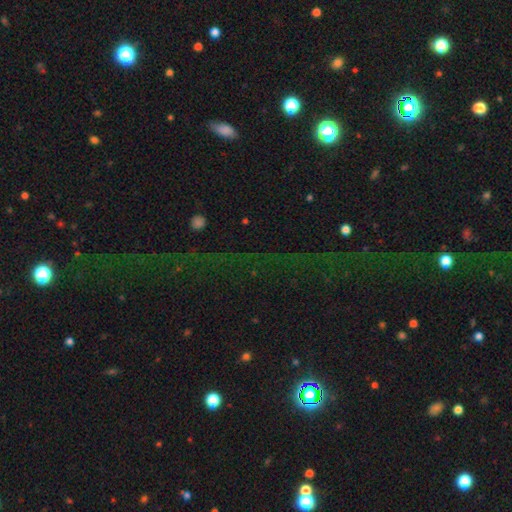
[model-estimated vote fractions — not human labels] Morphology: type=star or artifact (67%).